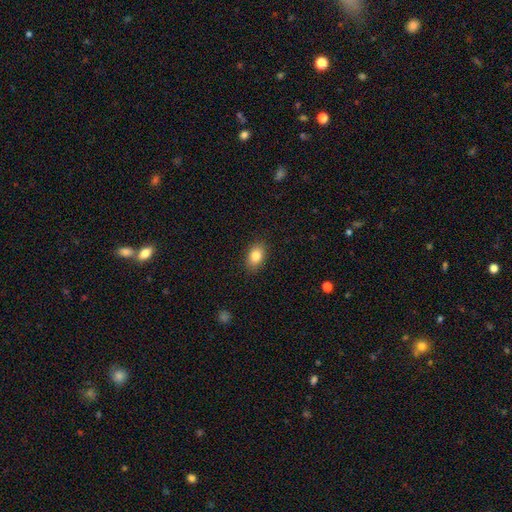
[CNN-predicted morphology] A smooth galaxy with no disk features (84%) that is in between round and cigar-shaped (83%). Merging: none (88%).